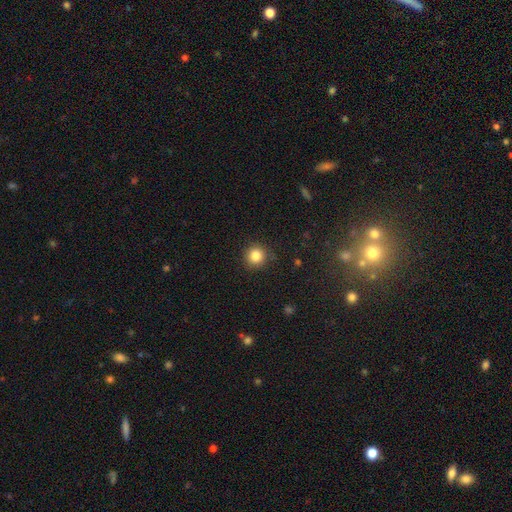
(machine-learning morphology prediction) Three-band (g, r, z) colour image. It shows a smooth galaxy with no disk features (85%) that is round (94%). Merging: none (90%).